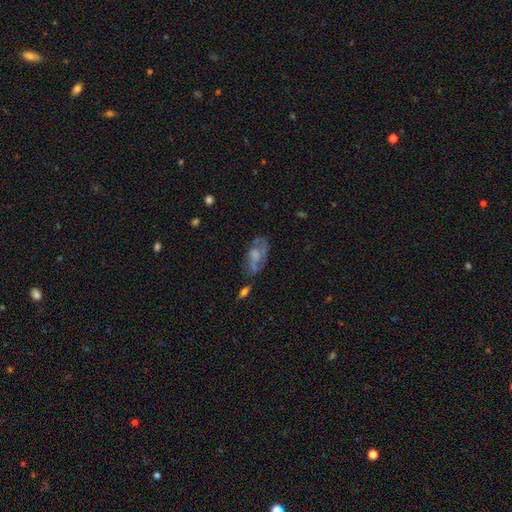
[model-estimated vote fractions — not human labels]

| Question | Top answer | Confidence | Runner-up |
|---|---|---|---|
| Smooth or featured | featured or disk | 51% | smooth (37%) |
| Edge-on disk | no | 91% | yes (9%) |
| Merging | none | 43% | minor disturbance (23%) |